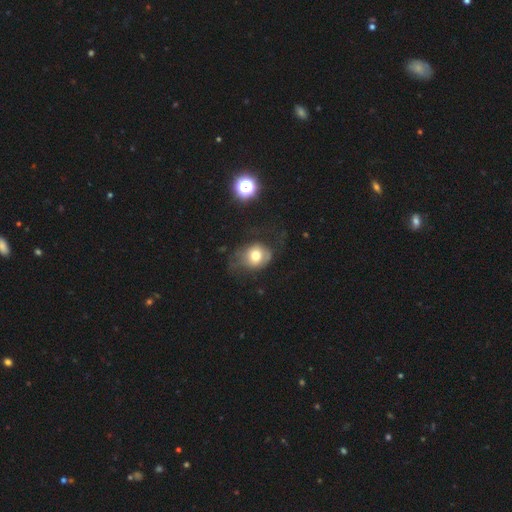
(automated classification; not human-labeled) Smooth or featured: smooth — 66% (featured or disk — 22%)
How rounded: round — 59% (in between — 40%)
Merging: none — 40% (major disturbance — 29%)